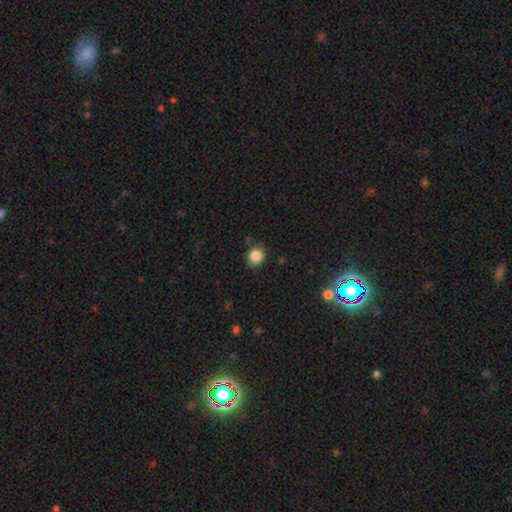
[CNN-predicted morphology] The model was most divided on "merging": none: 83%, minor disturbance: 11%, major disturbance: 3%, merger: 3%. More confident: how rounded — round (86%); smooth or featured — smooth (86%).